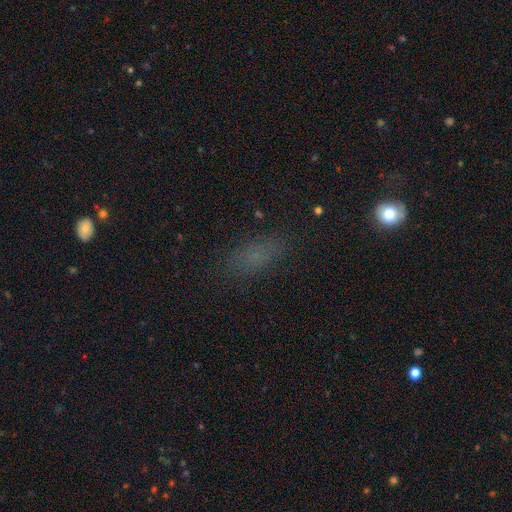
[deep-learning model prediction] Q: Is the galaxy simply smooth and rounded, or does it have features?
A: smooth — 70%.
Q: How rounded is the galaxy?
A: in between — 72%.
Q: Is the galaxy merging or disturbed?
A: none — 79%.